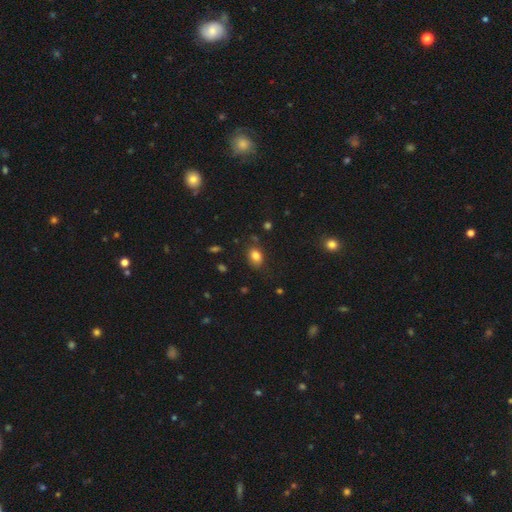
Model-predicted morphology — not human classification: Overall: smooth (82%). How rounded: in between (69%; round 30%). Merging: none (77%).